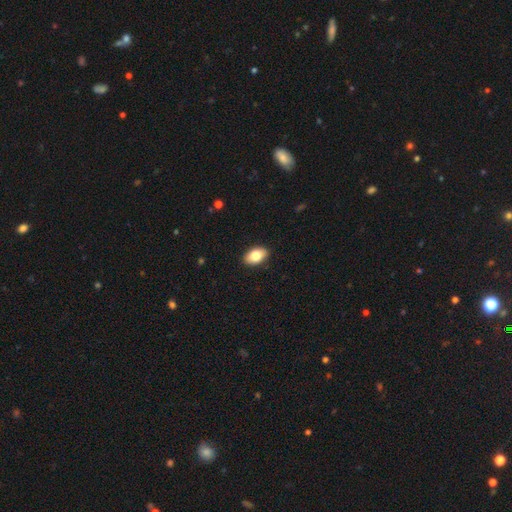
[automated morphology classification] Q: Smooth or featured?
A: smooth (81%); runner-up: featured or disk (12%)
Q: How rounded?
A: in between (91%); runner-up: round (7%)
Q: Merging?
A: none (89%); runner-up: minor disturbance (8%)